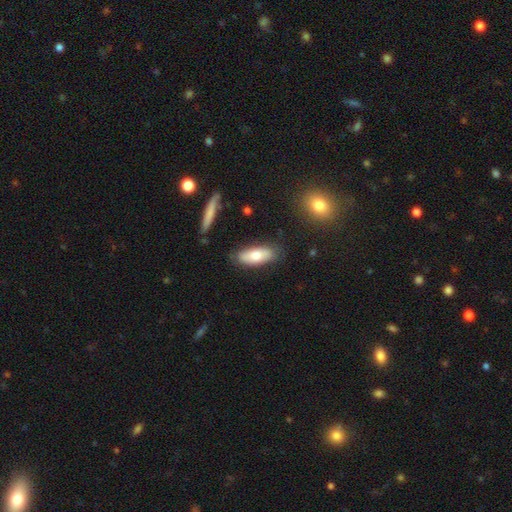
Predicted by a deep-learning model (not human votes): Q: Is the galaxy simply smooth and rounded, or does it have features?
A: smooth — 71%.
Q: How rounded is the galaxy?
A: in between — 79%.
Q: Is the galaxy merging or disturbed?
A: none — 80%.